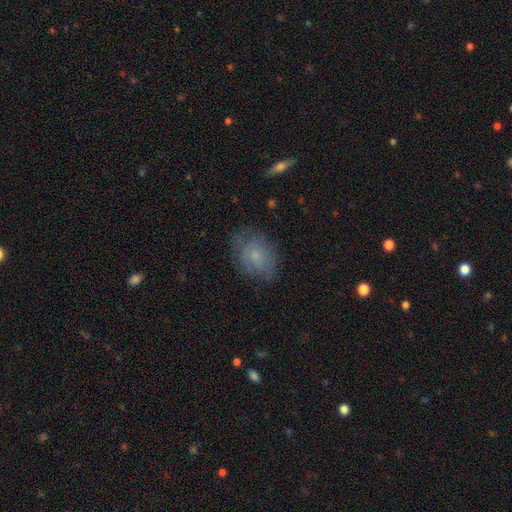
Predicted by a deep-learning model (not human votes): smooth-or-featured: smooth: 63% | featured or disk: 27% | star or artifact: 10%
  how-rounded: in between: 68% | round: 30% | cigar-shaped: 1%
  merging: none: 67% | minor disturbance: 23% | major disturbance: 9% | merger: 1%